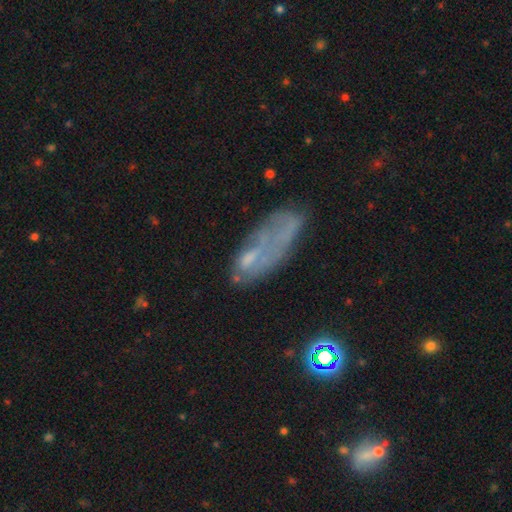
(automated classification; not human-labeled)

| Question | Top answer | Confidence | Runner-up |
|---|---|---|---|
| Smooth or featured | featured or disk | 44% | smooth (42%) |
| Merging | none | 35% | major disturbance (32%) |